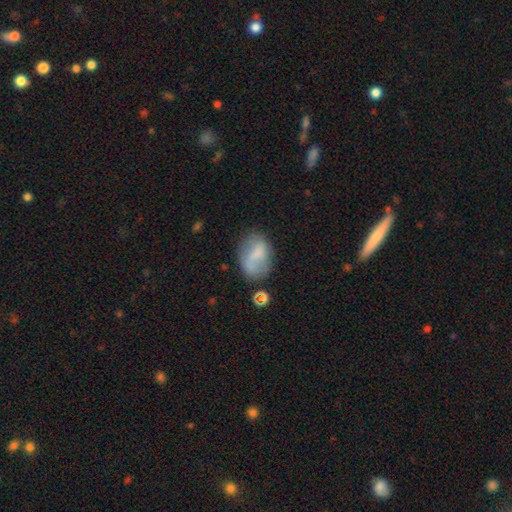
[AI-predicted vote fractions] Q: Smooth or featured?
A: smooth (64%); runner-up: featured or disk (27%)
Q: How rounded?
A: in between (81%); runner-up: round (17%)
Q: Merging?
A: none (54%); runner-up: minor disturbance (26%)